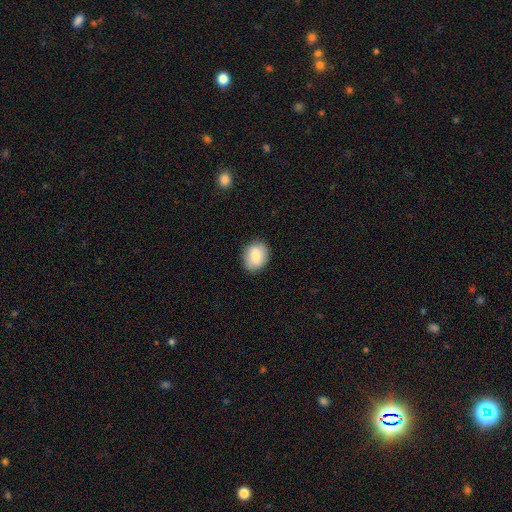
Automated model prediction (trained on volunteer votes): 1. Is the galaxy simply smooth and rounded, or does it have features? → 79% smooth, 14% featured or disk, 7% star or artifact.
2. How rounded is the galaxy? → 53% in between, 46% round, 1% cigar-shaped.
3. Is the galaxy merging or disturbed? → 85% none, 11% minor disturbance, 3% major disturbance, 1% merger.